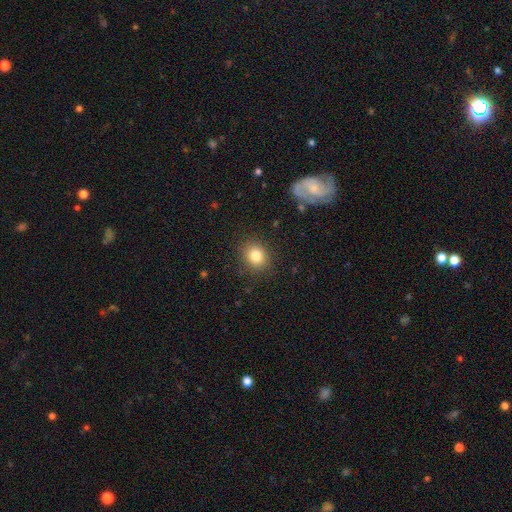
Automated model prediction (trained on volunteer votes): Smooth or featured?
  - smooth: 82% *
  - star or artifact: 11%
  - featured or disk: 7%
How rounded?
  - round: 69% *
  - in between: 30%
  - cigar-shaped: 1%
Merging?
  - none: 88% *
  - minor disturbance: 8%
  - major disturbance: 3%
  - merger: 1%